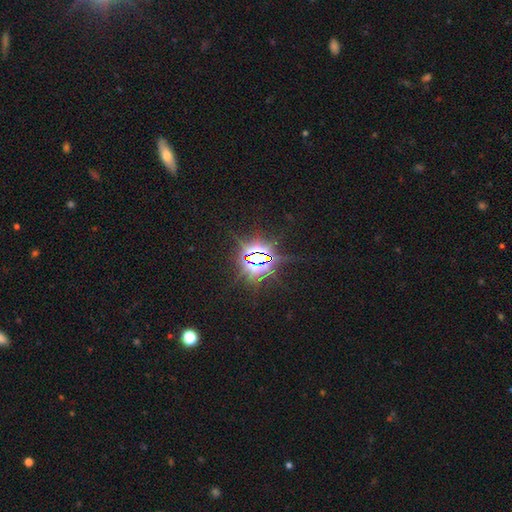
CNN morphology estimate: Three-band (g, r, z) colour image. It shows a star or artifact, not a galaxy (84%).